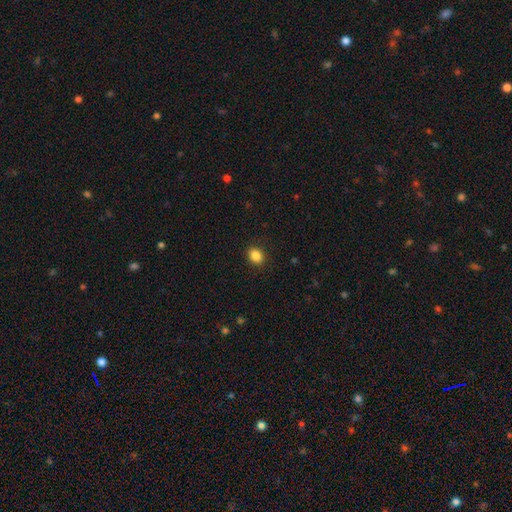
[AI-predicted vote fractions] A smooth galaxy with no disk features (86%) that is round (51%).

Vote fractions:
- Smooth or featured? smooth: 86% / star or artifact: 10% / featured or disk: 4%
- How rounded? round: 51% / in between: 48% / cigar-shaped: 1%
- Merging? none: 90% / minor disturbance: 7% / major disturbance: 2% / merger: 1%